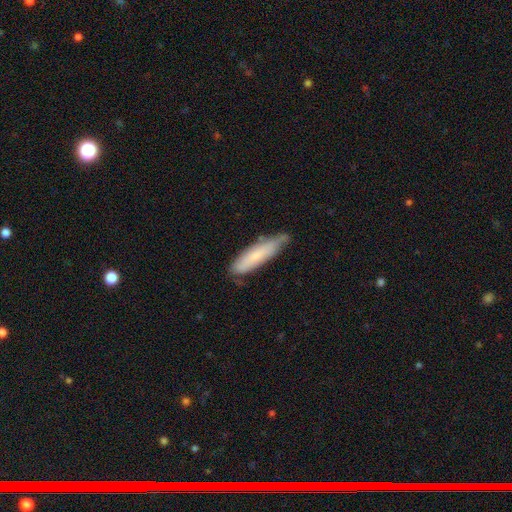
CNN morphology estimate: Overall: smooth (68%). How rounded: cigar-shaped (73%). Merging: none (66%; minor disturbance 27%).